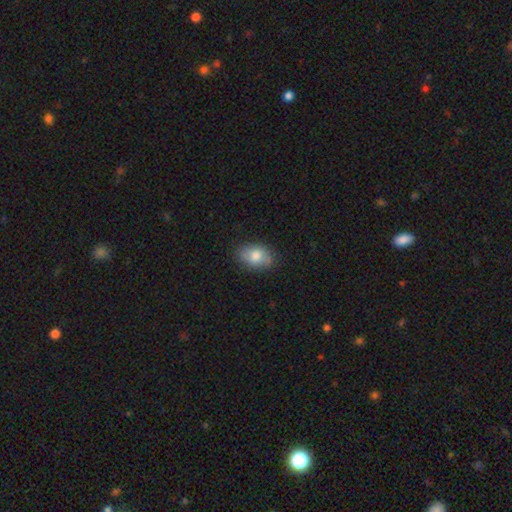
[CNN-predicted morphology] type=smooth (78%); roundness=in between (84%); merging=none (79%).